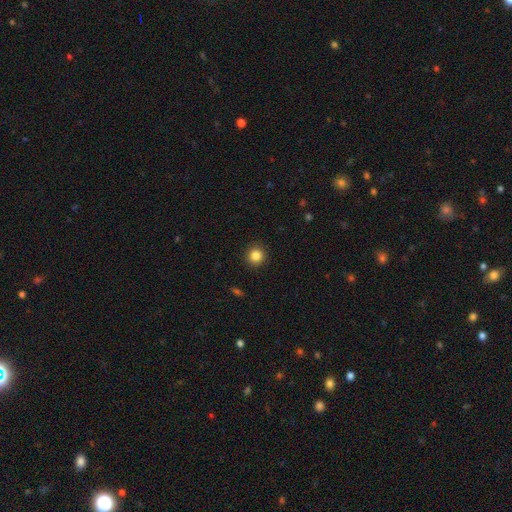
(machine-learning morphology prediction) The model was most divided on "smooth or featured": smooth: 85%, star or artifact: 11%, featured or disk: 5%. More confident: how rounded — round (93%); merging — none (92%).